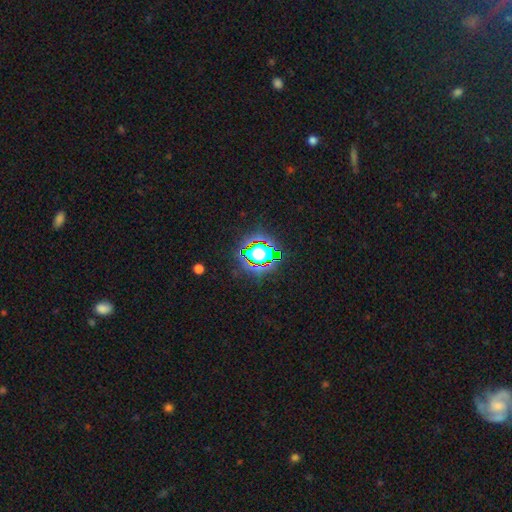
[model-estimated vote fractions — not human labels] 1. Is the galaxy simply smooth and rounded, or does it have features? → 82% star or artifact, 11% smooth, 7% featured or disk.